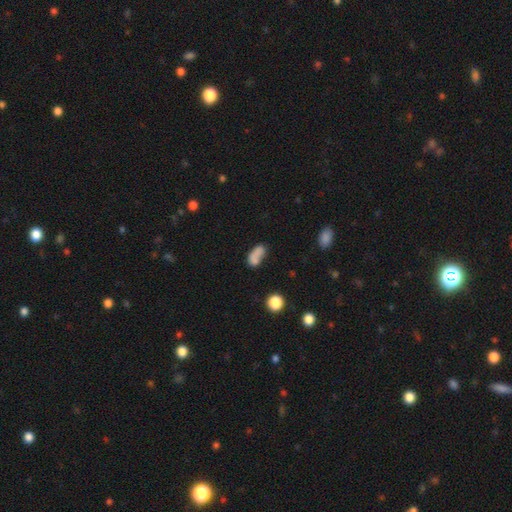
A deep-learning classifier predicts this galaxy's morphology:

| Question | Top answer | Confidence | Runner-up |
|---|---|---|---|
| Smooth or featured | smooth | 74% | featured or disk (14%) |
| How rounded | in between | 82% | cigar-shaped (10%) |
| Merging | none | 40% | merger (25%) |